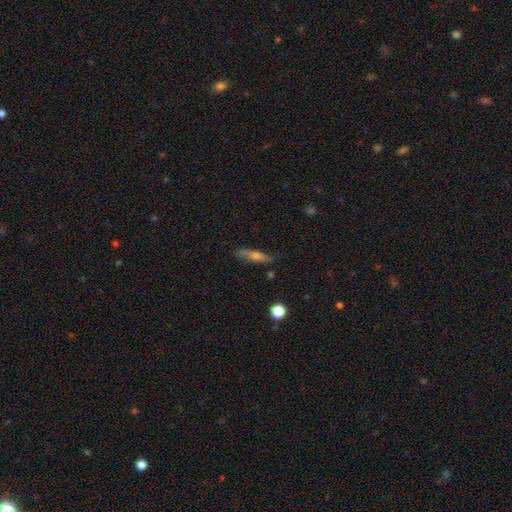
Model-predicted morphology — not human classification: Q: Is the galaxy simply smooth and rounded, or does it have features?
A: featured or disk — 46%.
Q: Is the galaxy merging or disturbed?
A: none — 79%.